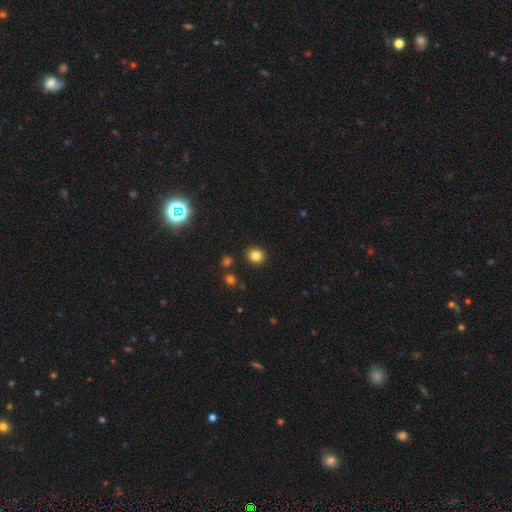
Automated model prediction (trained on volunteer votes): Q: Smooth or featured?
A: smooth (83%); runner-up: star or artifact (12%)
Q: How rounded?
A: round (85%); runner-up: in between (14%)
Q: Merging?
A: none (90%); runner-up: minor disturbance (6%)